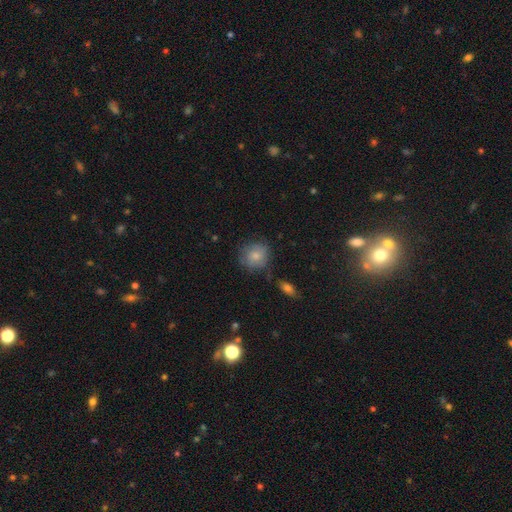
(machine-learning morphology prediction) This is likely a smooth galaxy (79%). How rounded: clearly round (83%). Merging: likely none (69%).